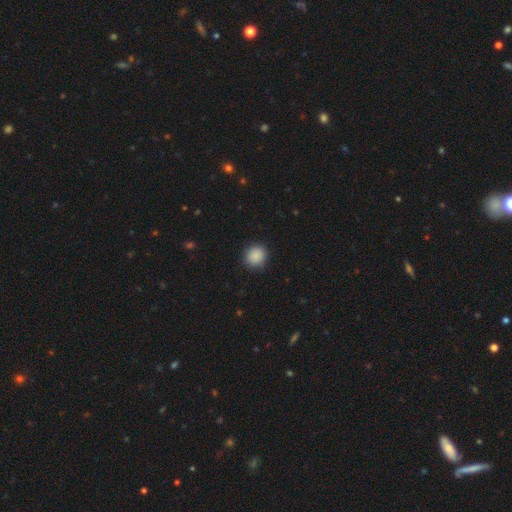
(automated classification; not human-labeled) A smooth galaxy with no disk features (89%) that is round (83%).

Vote fractions:
- Smooth or featured? smooth: 89% / star or artifact: 9% / featured or disk: 3%
- How rounded? round: 83% / in between: 16% / cigar-shaped: 1%
- Merging? none: 88% / minor disturbance: 8% / major disturbance: 2% / merger: 1%